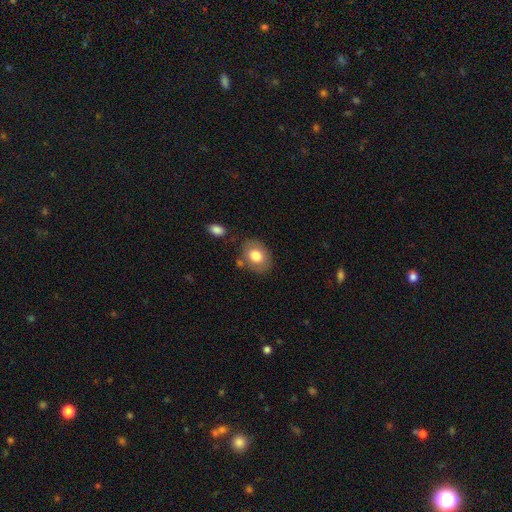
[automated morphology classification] A smooth galaxy with no disk features (78%) that is in between round and cigar-shaped (62%).

Vote fractions:
- Smooth or featured? smooth: 78% / featured or disk: 15% / star or artifact: 7%
- How rounded? in between: 62% / round: 37% / cigar-shaped: 1%
- Merging? none: 75% / minor disturbance: 15% / merger: 6% / major disturbance: 4%